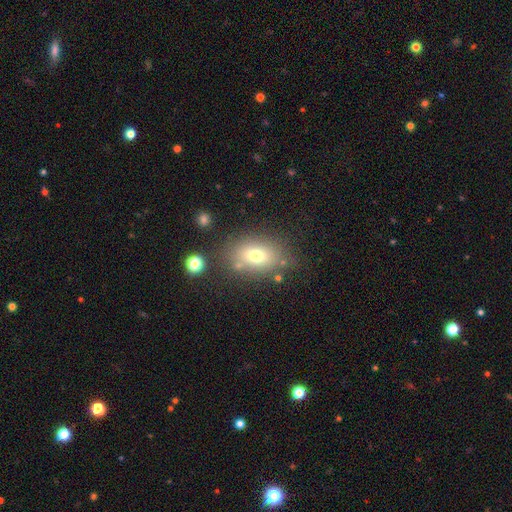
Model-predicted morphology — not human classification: This is likely a smooth galaxy (71%). How rounded: likely in between (72%). Merging: likely none (72%).